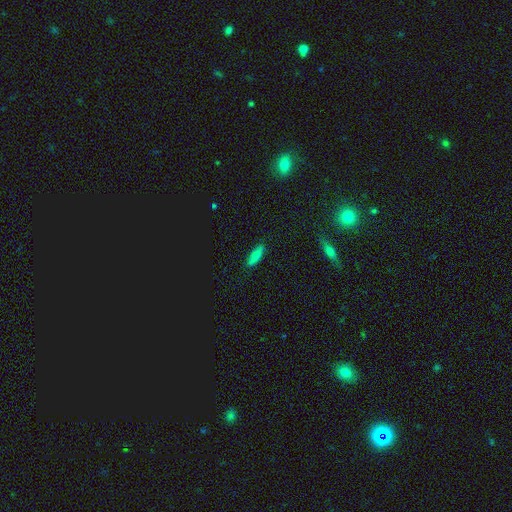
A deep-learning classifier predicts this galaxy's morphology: smooth_or_featured: smooth (p=0.71) [alt: featured or disk p=0.19]
how_rounded: in between (p=0.53) [alt: cigar-shaped p=0.44]
merging: none (p=0.86) [alt: minor disturbance p=0.10]